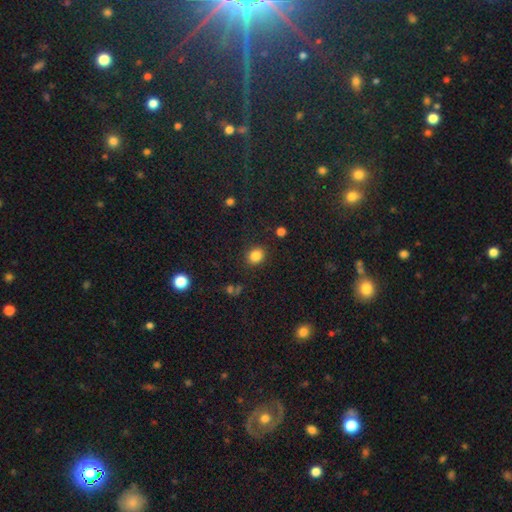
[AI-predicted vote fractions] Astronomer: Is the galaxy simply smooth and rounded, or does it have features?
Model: smooth — 84%.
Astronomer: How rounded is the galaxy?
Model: round — 65%.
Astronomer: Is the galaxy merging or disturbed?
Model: none — 86%.